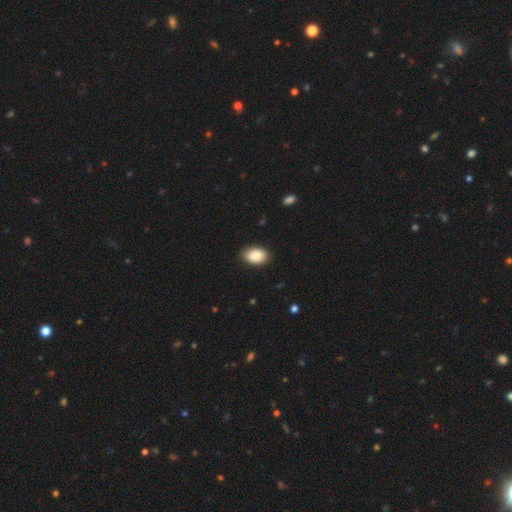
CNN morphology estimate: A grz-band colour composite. It shows a smooth galaxy with no disk features (88%) that is in between round and cigar-shaped (89%). Merging: none (87%).